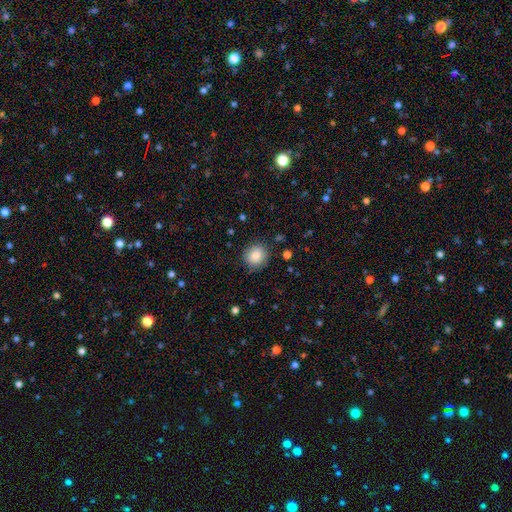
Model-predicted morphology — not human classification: smooth-or-featured: smooth: 86% | star or artifact: 9% | featured or disk: 6%
  how-rounded: round: 89% | in between: 10% | cigar-shaped: 1%
  merging: none: 85% | minor disturbance: 11% | major disturbance: 3% | merger: 1%